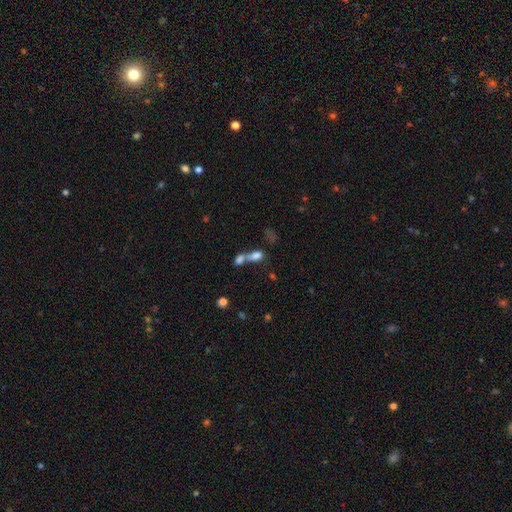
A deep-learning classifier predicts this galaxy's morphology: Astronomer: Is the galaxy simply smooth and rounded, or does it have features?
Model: smooth — 72%.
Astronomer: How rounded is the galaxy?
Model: in between — 79%.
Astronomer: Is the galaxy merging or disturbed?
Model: merger — 66%.